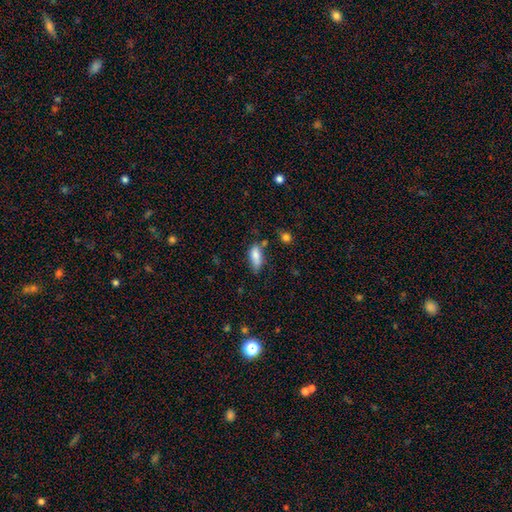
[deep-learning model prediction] Q: Smooth or featured?
A: smooth (80%); runner-up: featured or disk (12%)
Q: How rounded?
A: in between (79%); runner-up: cigar-shaped (18%)
Q: Merging?
A: none (52%); runner-up: minor disturbance (29%)